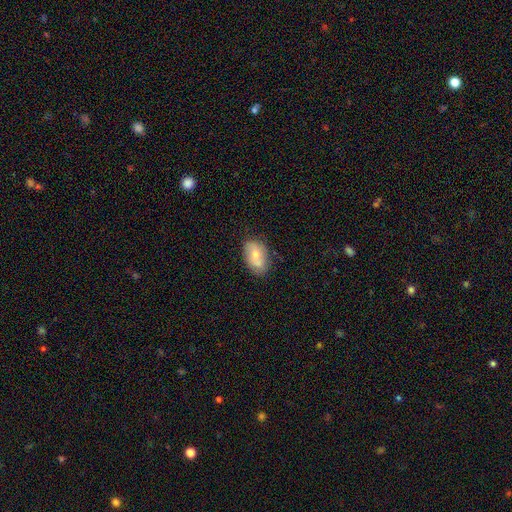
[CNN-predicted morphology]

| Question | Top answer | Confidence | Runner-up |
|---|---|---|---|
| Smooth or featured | smooth | 63% | featured or disk (30%) |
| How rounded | in between | 89% | round (9%) |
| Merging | none | 69% | minor disturbance (19%) |